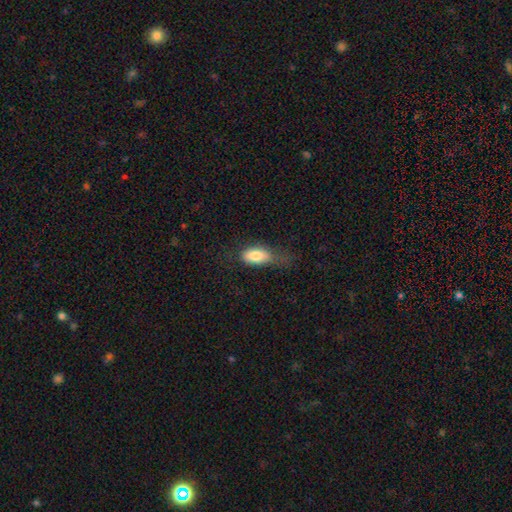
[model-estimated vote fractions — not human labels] smooth_or_featured: smooth (p=0.81) [alt: featured or disk p=0.11]
how_rounded: in between (p=0.88) [alt: cigar-shaped p=0.07]
merging: none (p=0.39) [alt: minor disturbance p=0.33]